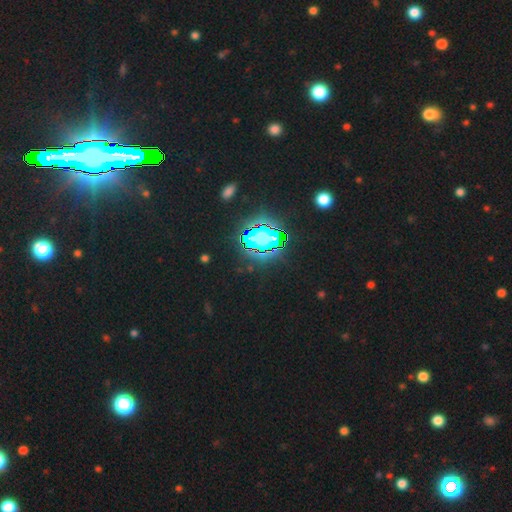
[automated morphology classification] Q: Smooth or featured?
A: star or artifact (85%); runner-up: smooth (8%)